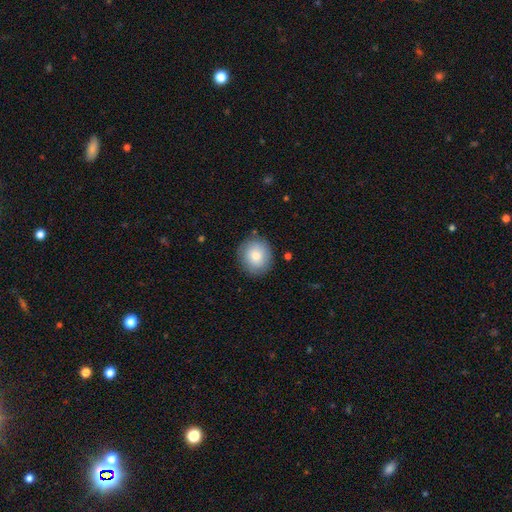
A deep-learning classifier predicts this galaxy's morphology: Smooth or featured?
  - smooth: 79% *
  - featured or disk: 13%
  - star or artifact: 8%
How rounded?
  - round: 84% *
  - in between: 15%
  - cigar-shaped: 1%
Merging?
  - none: 84% *
  - minor disturbance: 11%
  - major disturbance: 3%
  - merger: 1%